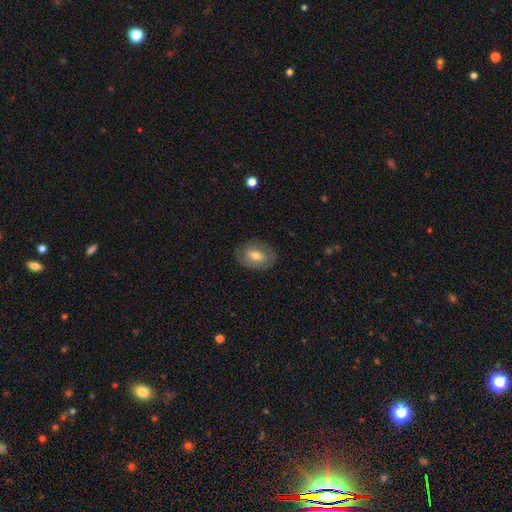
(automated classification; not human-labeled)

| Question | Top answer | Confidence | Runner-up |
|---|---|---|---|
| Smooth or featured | smooth | 53% | featured or disk (39%) |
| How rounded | in between | 76% | round (23%) |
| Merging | none | 80% | minor disturbance (14%) |